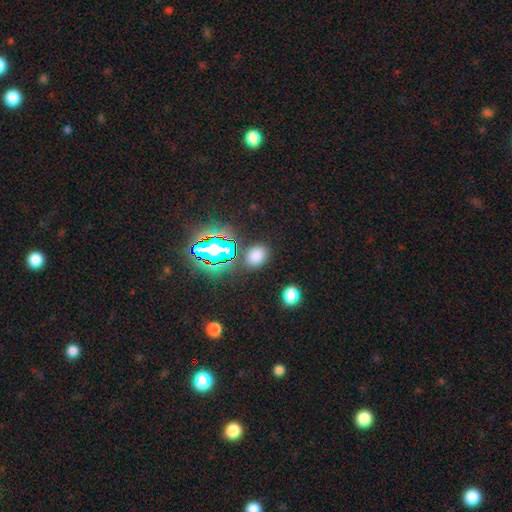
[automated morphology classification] Smooth or featured?
  - smooth: 69% *
  - star or artifact: 26%
  - featured or disk: 6%
How rounded?
  - in between: 59% *
  - round: 39%
  - cigar-shaped: 1%
Merging?
  - none: 85% *
  - minor disturbance: 9%
  - major disturbance: 3%
  - merger: 3%